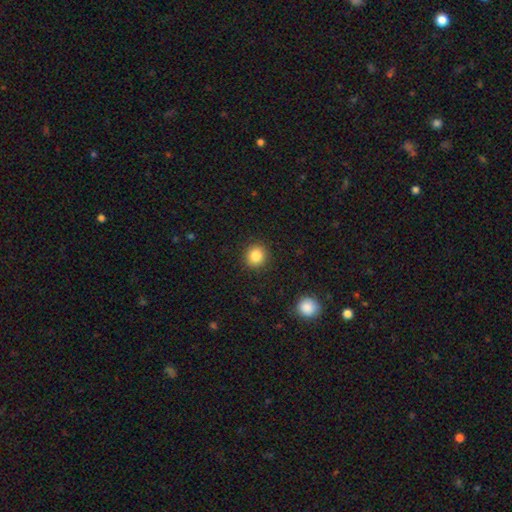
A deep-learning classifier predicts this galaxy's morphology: Smooth or featured? Predicted: smooth (p=0.85). How rounded? Predicted: round (p=0.88). Merging? Predicted: none (p=0.91).